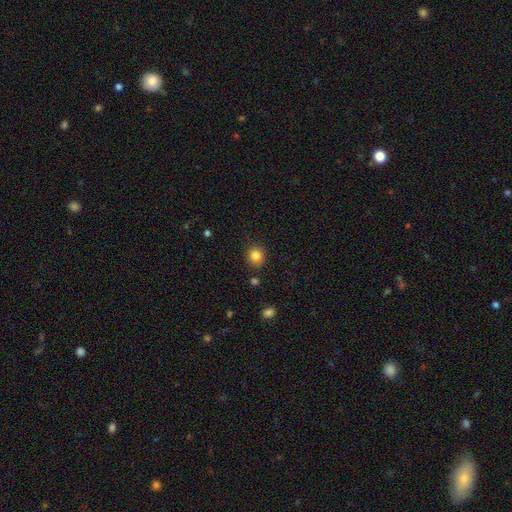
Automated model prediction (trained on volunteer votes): Smooth or featured? smooth (83%)
How rounded? round (88%)
Merging? none (86%)